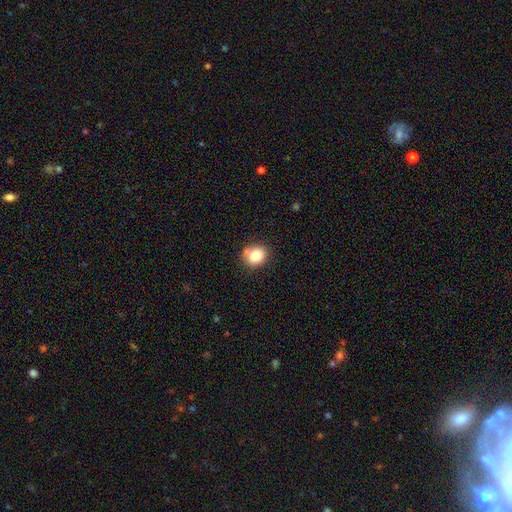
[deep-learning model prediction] This is clearly a smooth galaxy (82%). How rounded: likely round (68%). Merging: likely none (72%).